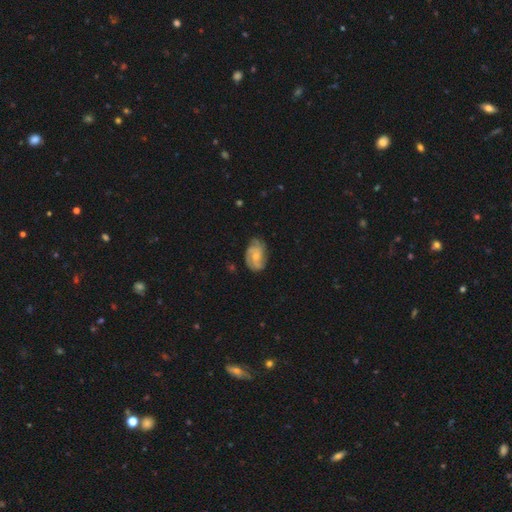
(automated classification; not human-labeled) smooth_or_featured: featured or disk (p=0.78) [alt: smooth p=0.16]
disk_edge_on: no (p=0.98) [alt: yes p=0.02]
bar: no (p=0.71) [alt: weak p=0.25]
has_spiral_arms: yes (p=0.95) [alt: no p=0.05]
spiral_winding: tight (p=0.48) [alt: medium p=0.40]
spiral_arm_count: 3 (p=0.41) [alt: can't tell p=0.18]
bulge_size: small (p=0.52) [alt: moderate p=0.41]
merging: none (p=0.70) [alt: minor disturbance p=0.21]